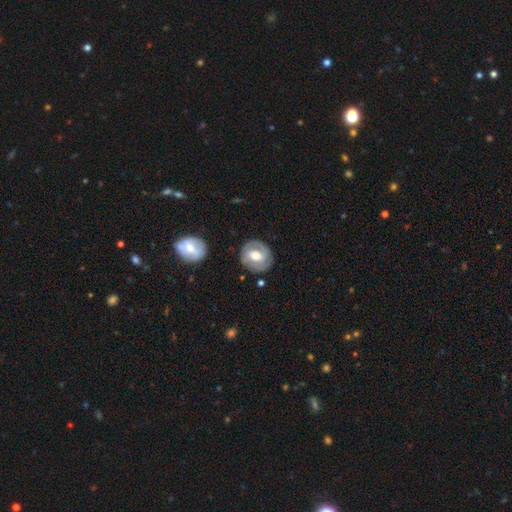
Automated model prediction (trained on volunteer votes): Overall: featured or disk (61%; smooth 33%). Edge-on disk: no (96%). Bar: weak (45%; no 29%). Spiral arms: yes (68%; no 32%). Bulge size: moderate (72%). Merging: none (81%).